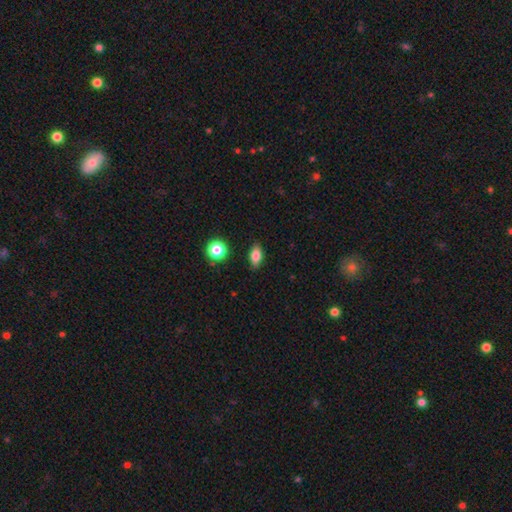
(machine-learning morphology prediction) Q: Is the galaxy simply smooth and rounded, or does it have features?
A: smooth — 81%.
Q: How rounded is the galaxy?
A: in between — 83%.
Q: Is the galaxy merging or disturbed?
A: none — 86%.